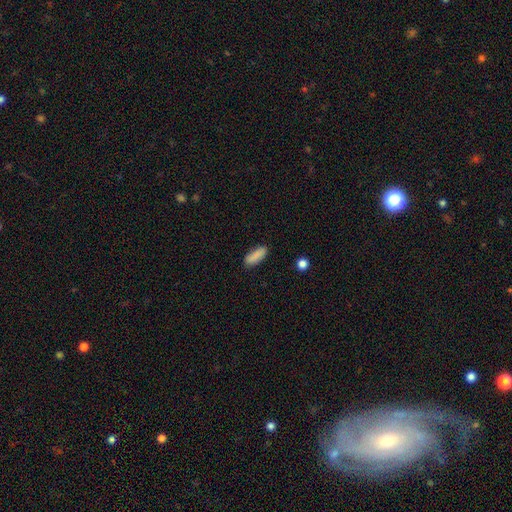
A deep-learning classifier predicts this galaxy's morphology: This is clearly a smooth galaxy (87%). How rounded: possibly in between (54%). Merging: clearly none (85%).